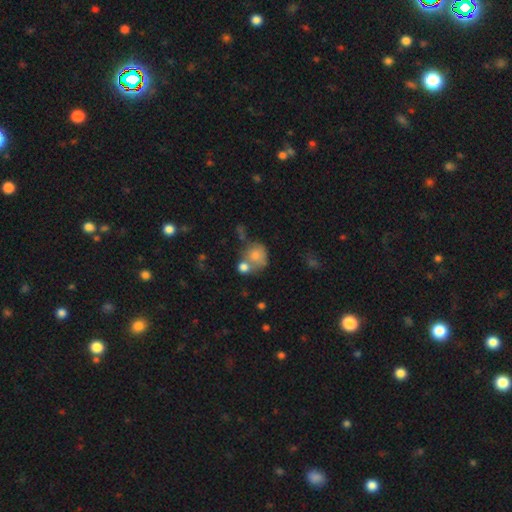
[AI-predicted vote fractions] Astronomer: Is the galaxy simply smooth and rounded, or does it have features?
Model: smooth — 75%.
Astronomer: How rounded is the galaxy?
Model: round — 78%.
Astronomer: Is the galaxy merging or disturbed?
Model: merger — 43% (runner-up: none, 35%).